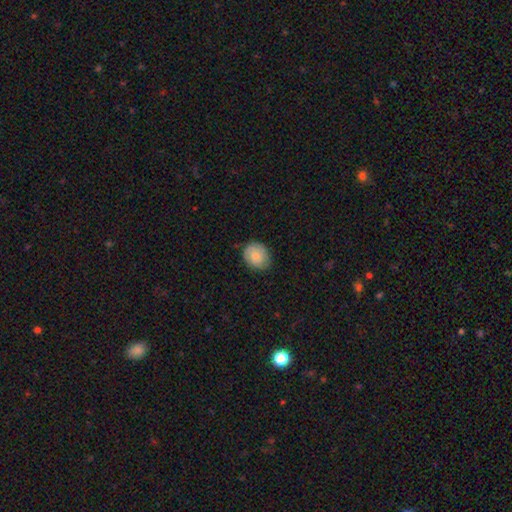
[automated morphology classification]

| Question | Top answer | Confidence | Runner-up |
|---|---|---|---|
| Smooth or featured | smooth | 83% | featured or disk (10%) |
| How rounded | round | 58% | in between (41%) |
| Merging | none | 78% | minor disturbance (18%) |